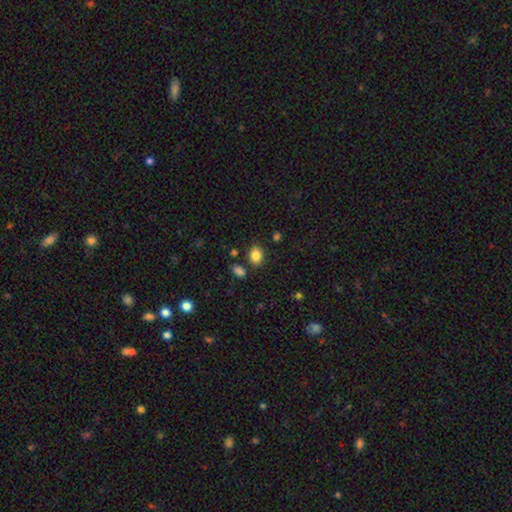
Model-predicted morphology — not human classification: This is clearly a smooth galaxy (85%). How rounded: possibly in between (59%). Merging: clearly none (80%).